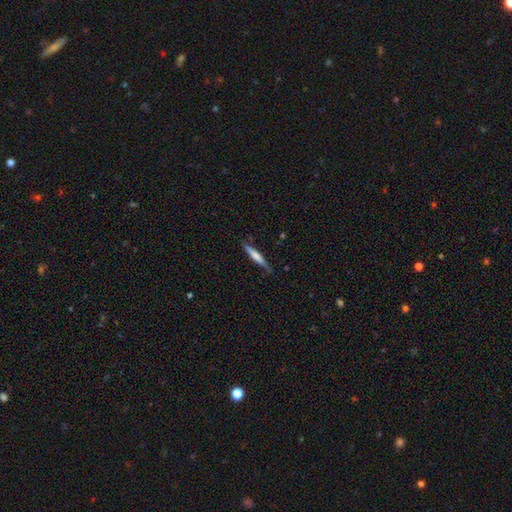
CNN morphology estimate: smooth 51%, featured or disk 44%, star or artifact 5%. Down the decision tree: how rounded — cigar-shaped (94%); merging — none (82%).